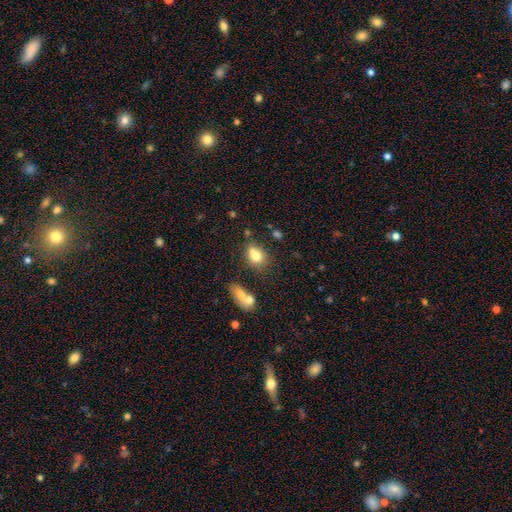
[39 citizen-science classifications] Volunteers were most divided on "how rounded": round: 55%, in between: 45%, cigar-shaped: 0%. More confident: smooth or featured — smooth (79%); merging — merger (57%).